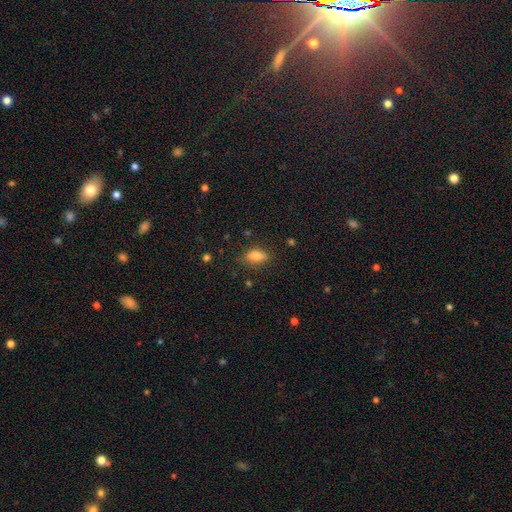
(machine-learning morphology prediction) type=smooth (78%); roundness=in between (81%); merging=none (77%).